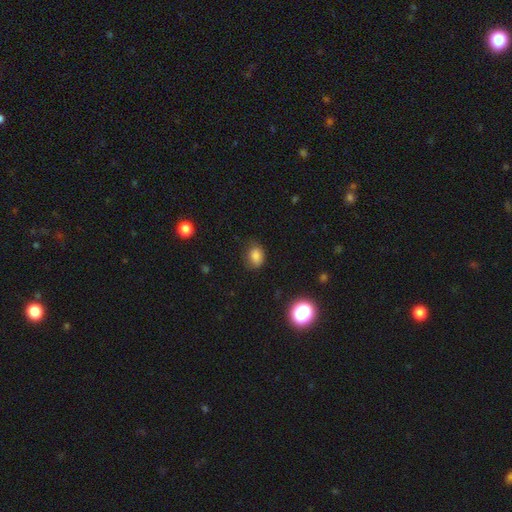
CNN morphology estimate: Smooth or featured? smooth (81%)
How rounded? in between (61%)
Merging? none (73%)